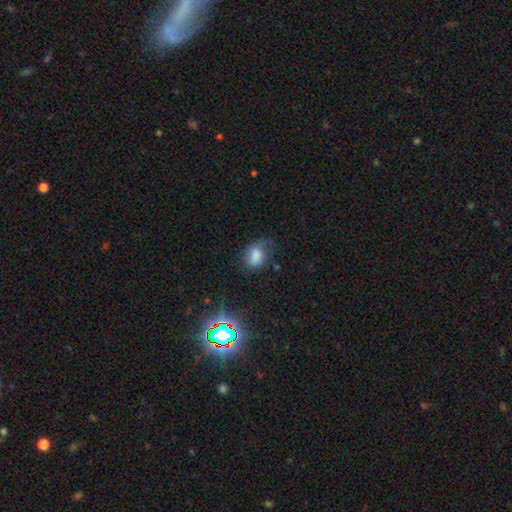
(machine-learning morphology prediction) This appears to be a smooth galaxy with no disk features (72%) that is in between round and cigar-shaped (67%). Merging: none (41%).